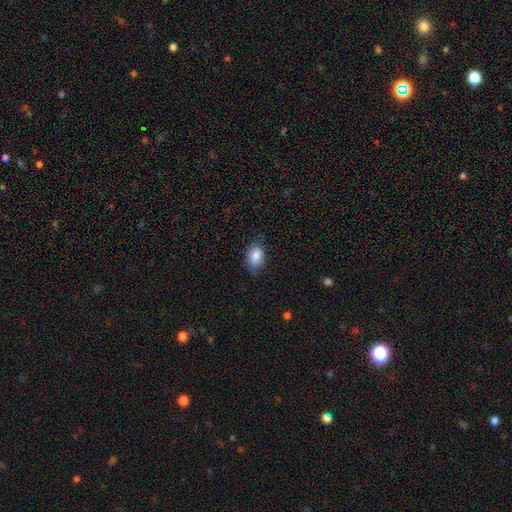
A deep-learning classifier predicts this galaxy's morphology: smooth 81%, featured or disk 12%, star or artifact 7%. Down the decision tree: how rounded — in between (88%); merging — none (66%).